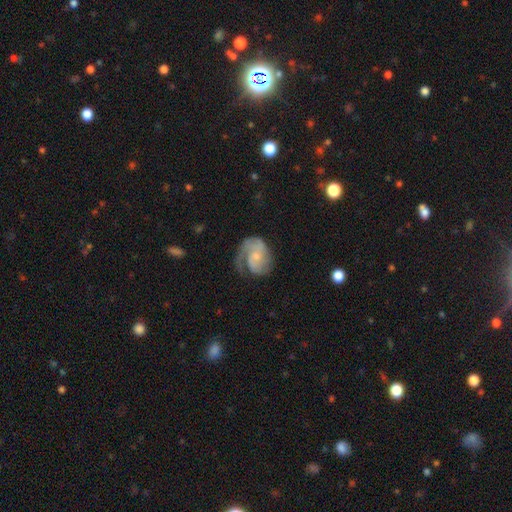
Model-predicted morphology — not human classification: Smooth or featured? featured or disk (74%)
Edge-on disk? no (98%)
Bar? no (68%)
Spiral arms? yes (92%)
Spiral winding? medium (41%)
Spiral arm count? 1 (41%)
Bulge size? small (62%)
Merging? none (46%)